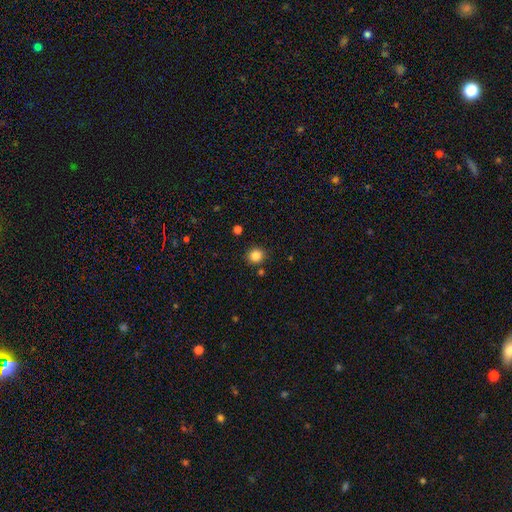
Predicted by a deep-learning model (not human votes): This appears to be a smooth galaxy with no disk features (85%) that is round (86%). Merging: none (87%).